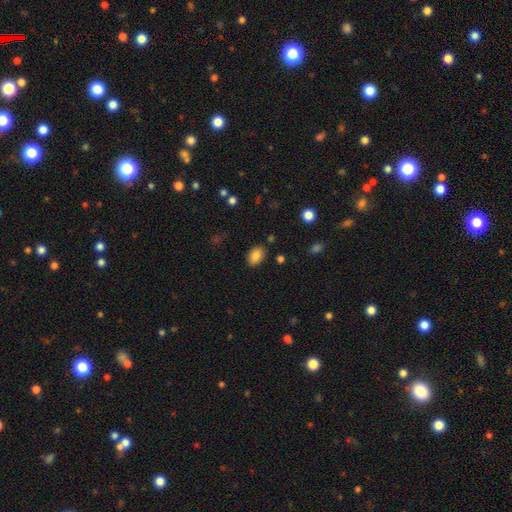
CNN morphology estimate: Smooth or featured: smooth — 85% (star or artifact — 9%)
How rounded: in between — 88% (round — 10%)
Merging: none — 84% (minor disturbance — 11%)